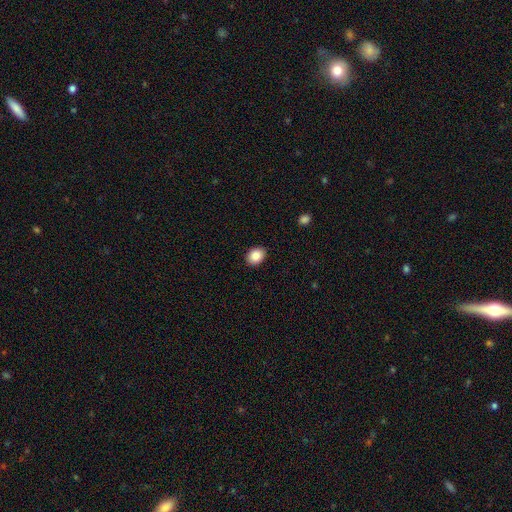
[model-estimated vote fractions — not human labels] smooth 87%, star or artifact 8%, featured or disk 4%. Down the decision tree: how rounded — in between (57%); merging — none (89%).